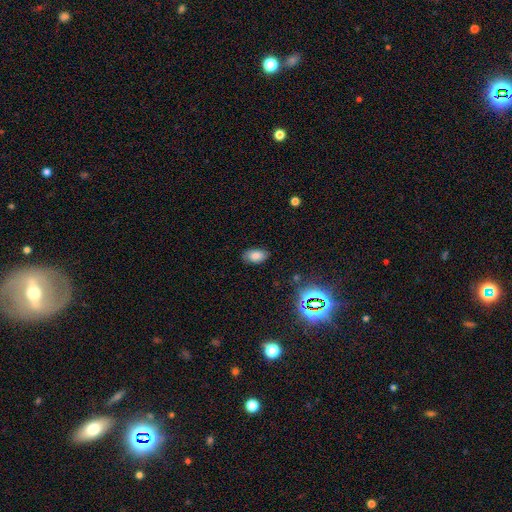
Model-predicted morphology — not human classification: Q: Smooth or featured?
A: smooth (74%); runner-up: star or artifact (13%)
Q: How rounded?
A: in between (92%); runner-up: round (6%)
Q: Merging?
A: none (79%); runner-up: minor disturbance (16%)